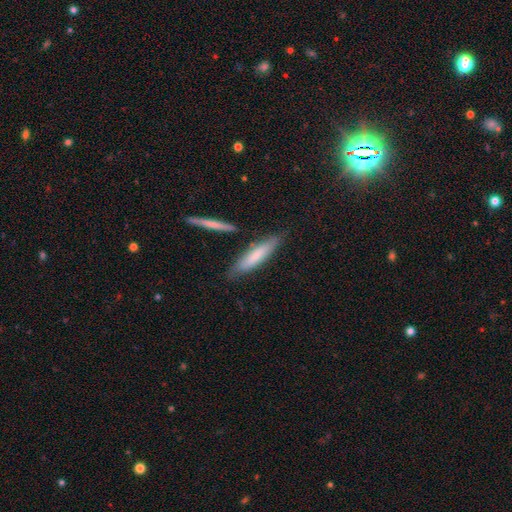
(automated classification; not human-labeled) This appears to be a smooth galaxy with no disk features (71%) that is cigar-shaped (79%). Merging: none (76%).